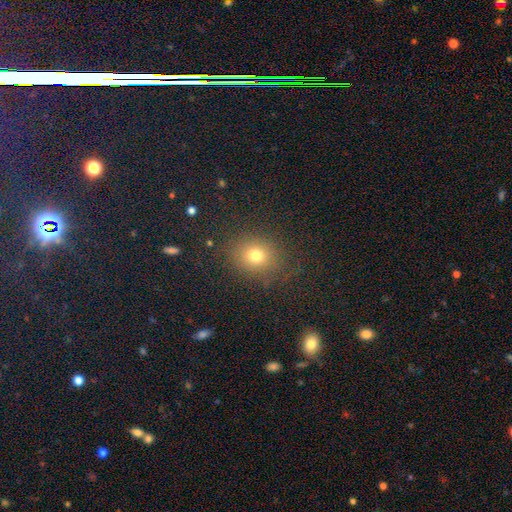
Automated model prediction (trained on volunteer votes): A smooth galaxy with no disk features (74%) that is round (68%). Merging: none (83%).